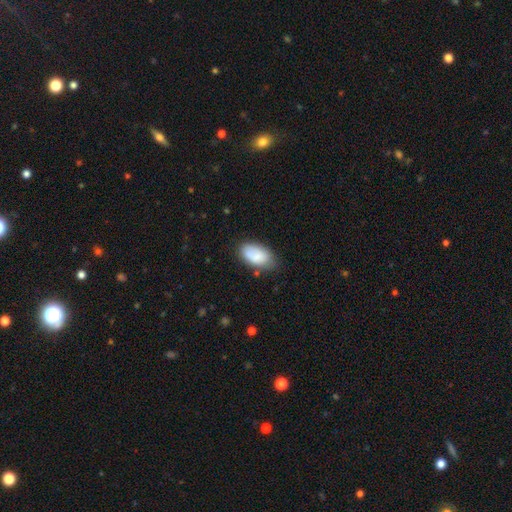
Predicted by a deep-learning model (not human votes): This is clearly a smooth galaxy (83%). How rounded: clearly in between (94%). Merging: likely none (72%).